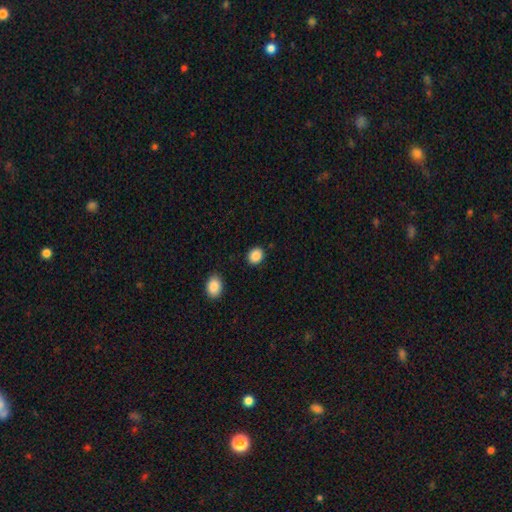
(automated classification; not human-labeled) A smooth galaxy with no disk features (88%) that is round (57%). Merging: none (88%).